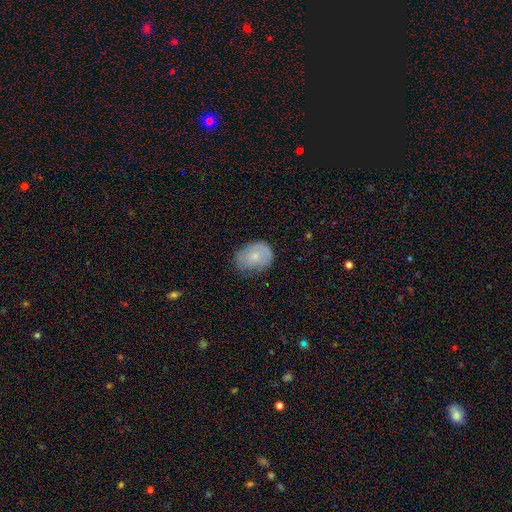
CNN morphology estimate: Overall: smooth (64%; featured or disk 28%). How rounded: in between (61%; round 38%). Merging: none (64%; minor disturbance 27%).